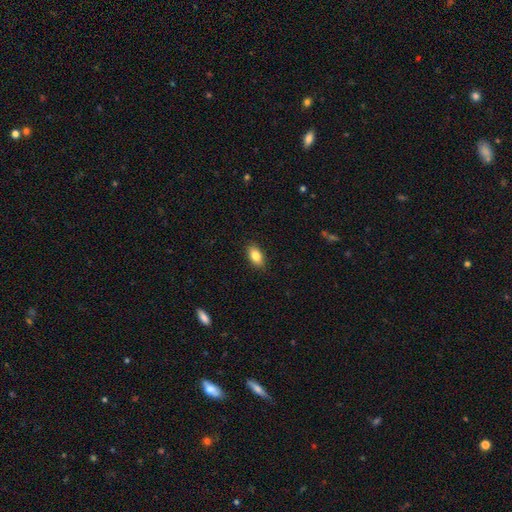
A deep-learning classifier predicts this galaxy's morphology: This appears to be a smooth galaxy with no disk features (83%) that is in between round and cigar-shaped (90%). Merging: none (88%).